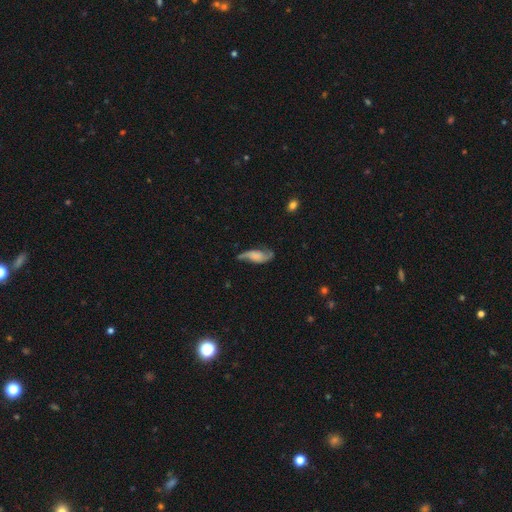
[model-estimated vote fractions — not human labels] The model was most divided on "bar": no: 60%, weak: 30%, strong: 10%. Remaining: spiral arms — yes (92%); edge-on disk — no (91%); spiral arm count — 2 (88%); spiral winding — loose (71%); smooth or featured — featured or disk (68%); merging — none (59%); bulge size — none (49%).